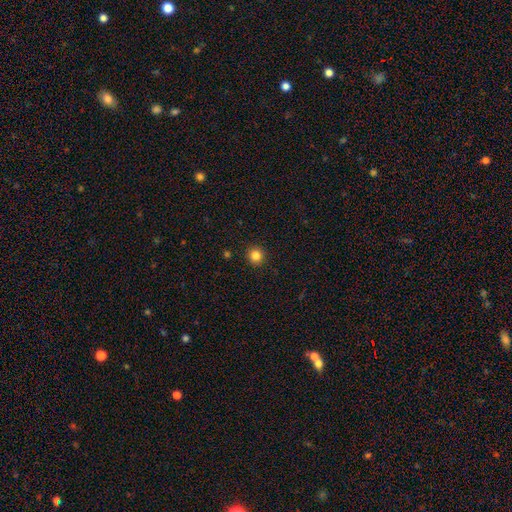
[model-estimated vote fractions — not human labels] The model was most divided on "smooth or featured": smooth: 83%, star or artifact: 12%, featured or disk: 4%. More confident: how rounded — round (93%); merging — none (92%).